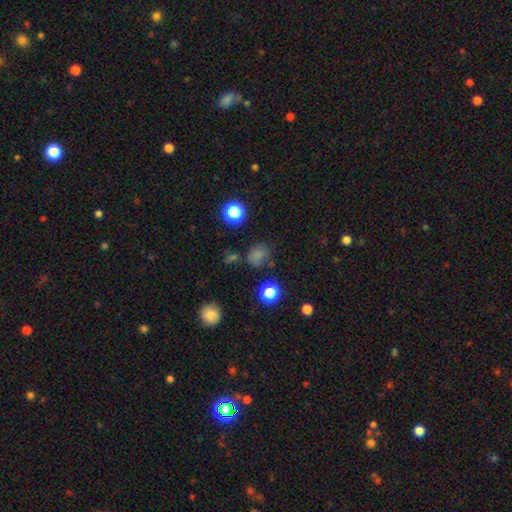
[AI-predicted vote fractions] Smooth or featured?
  - smooth: 64% *
  - star or artifact: 29%
  - featured or disk: 7%
How rounded?
  - round: 71% *
  - in between: 28%
  - cigar-shaped: 1%
Merging?
  - none: 70% *
  - minor disturbance: 17%
  - major disturbance: 7%
  - merger: 6%